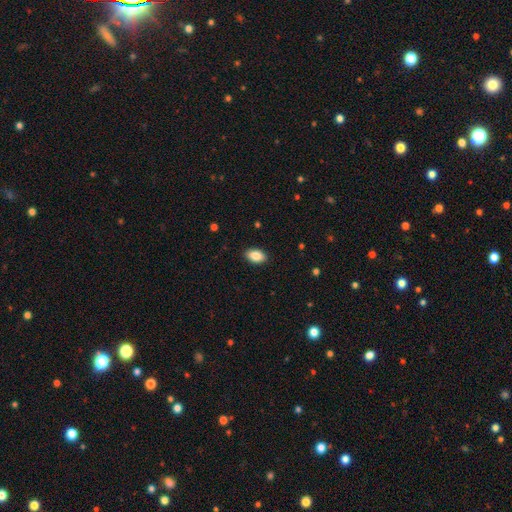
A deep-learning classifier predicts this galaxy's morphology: Smooth or featured?
  - smooth: 87% *
  - star or artifact: 7%
  - featured or disk: 6%
How rounded?
  - in between: 92% *
  - round: 6%
  - cigar-shaped: 2%
Merging?
  - none: 89% *
  - minor disturbance: 8%
  - major disturbance: 2%
  - merger: 1%